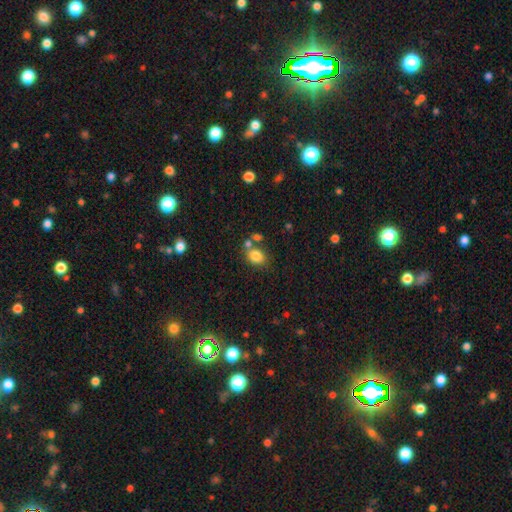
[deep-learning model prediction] A smooth galaxy with no disk features (81%) that is in between round and cigar-shaped (51%).

Vote fractions:
- Smooth or featured? smooth: 81% / star or artifact: 11% / featured or disk: 8%
- How rounded? in between: 51% / round: 48% / cigar-shaped: 1%
- Merging? none: 57% / merger: 25% / minor disturbance: 13% / major disturbance: 5%